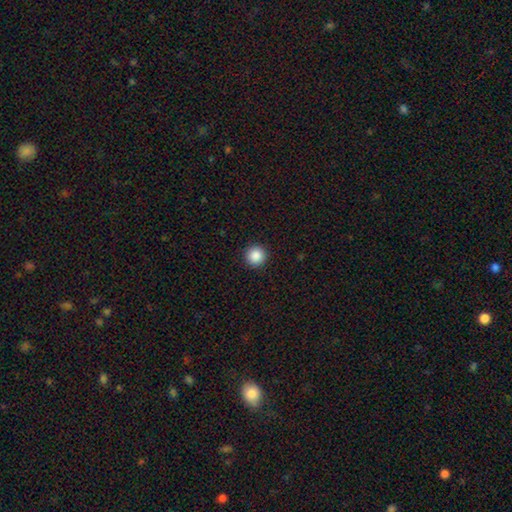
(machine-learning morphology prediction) This appears to be a smooth galaxy with no disk features (88%) that is round (96%). Merging: none (93%).